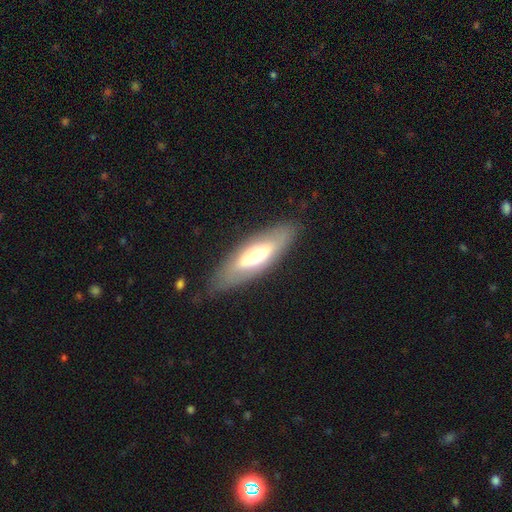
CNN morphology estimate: type=smooth (49%); merging=none (81%).